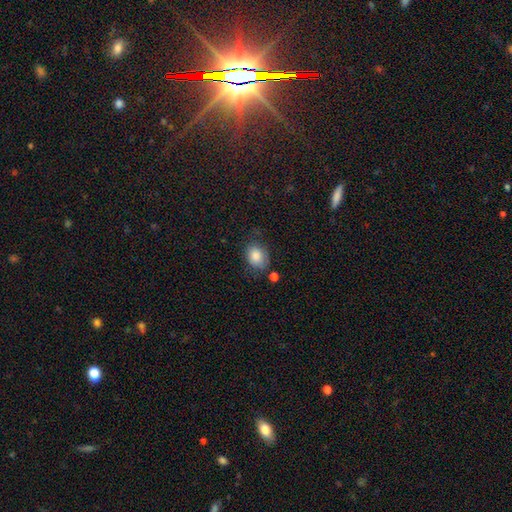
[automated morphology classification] Smooth or featured?
  - smooth: 84% *
  - star or artifact: 9%
  - featured or disk: 8%
How rounded?
  - in between: 53% *
  - round: 46%
  - cigar-shaped: 1%
Merging?
  - none: 65% *
  - minor disturbance: 24%
  - major disturbance: 7%
  - merger: 5%